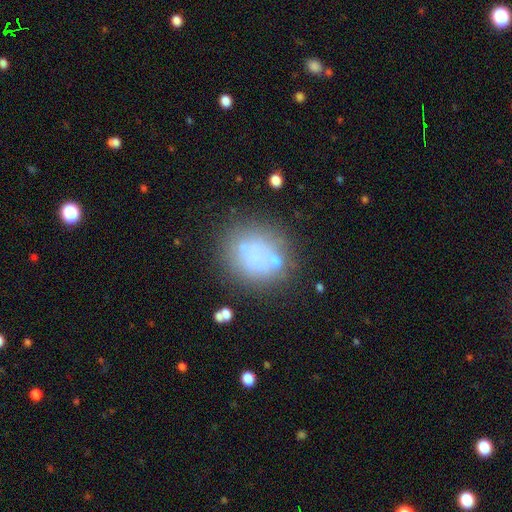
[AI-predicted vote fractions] A smooth galaxy with no disk features (47%).

Vote fractions:
- Smooth or featured? smooth: 47% / featured or disk: 36% / star or artifact: 17%
- Merging? none: 56% / minor disturbance: 17% / major disturbance: 14% / merger: 13%